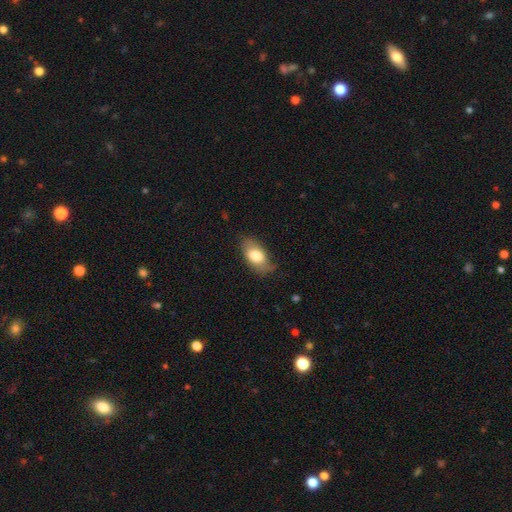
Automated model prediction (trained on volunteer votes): Smooth or featured: smooth — 75% (featured or disk — 18%)
How rounded: in between — 91% (round — 5%)
Merging: none — 70% (minor disturbance — 23%)